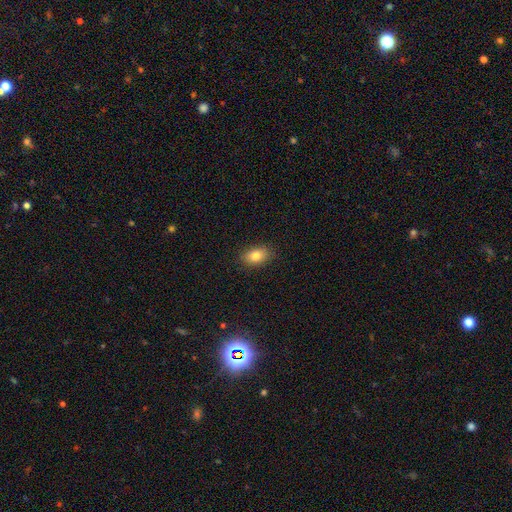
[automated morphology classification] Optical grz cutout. It shows a smooth galaxy with no disk features (82%) that is in between round and cigar-shaped (86%). Merging: none (88%).